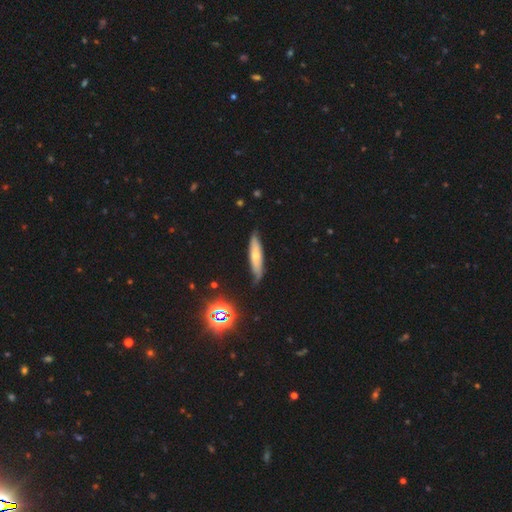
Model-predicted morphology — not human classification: Smooth or featured? smooth (52%)
How rounded? cigar-shaped (75%)
Merging? none (73%)